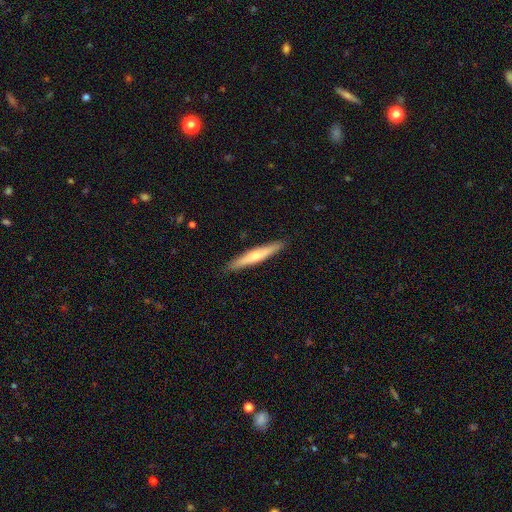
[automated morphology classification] Smooth or featured?
  - featured or disk: 50% *
  - smooth: 45%
  - star or artifact: 5%
Merging?
  - none: 90% *
  - minor disturbance: 7%
  - major disturbance: 1%
  - merger: 1%